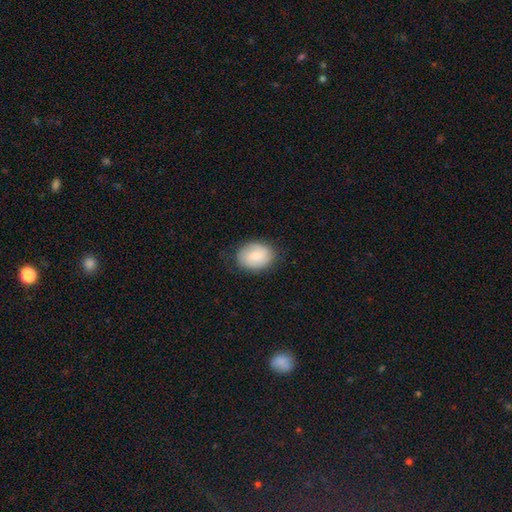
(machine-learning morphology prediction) smooth 73%, featured or disk 20%, star or artifact 6%. Down the decision tree: how rounded — in between (65%); merging — none (79%).